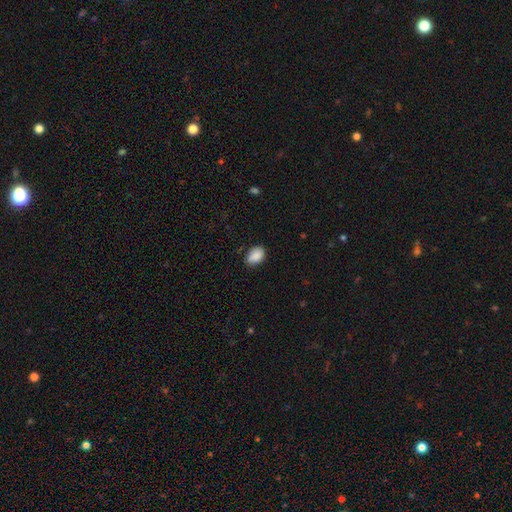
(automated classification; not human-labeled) A smooth galaxy with no disk features (88%) that is in between round and cigar-shaped (85%).

Vote fractions:
- Smooth or featured? smooth: 88% / star or artifact: 7% / featured or disk: 5%
- How rounded? in between: 85% / round: 14% / cigar-shaped: 1%
- Merging? none: 77% / minor disturbance: 18% / major disturbance: 3% / merger: 1%